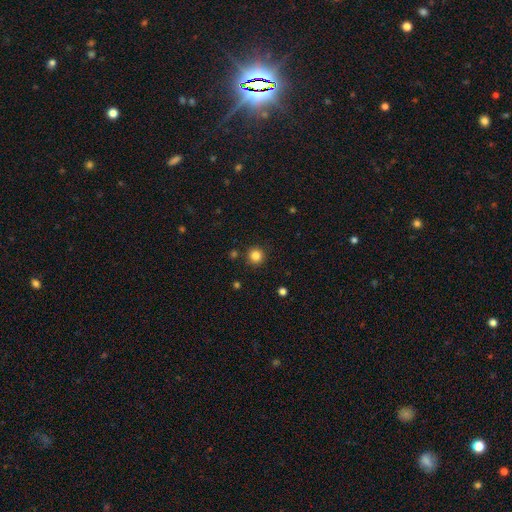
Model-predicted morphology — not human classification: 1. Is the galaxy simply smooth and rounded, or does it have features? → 83% smooth, 13% star or artifact, 4% featured or disk.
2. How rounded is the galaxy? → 95% round, 4% in between, 1% cigar-shaped.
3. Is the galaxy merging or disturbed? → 90% none, 6% minor disturbance, 2% major disturbance, 2% merger.